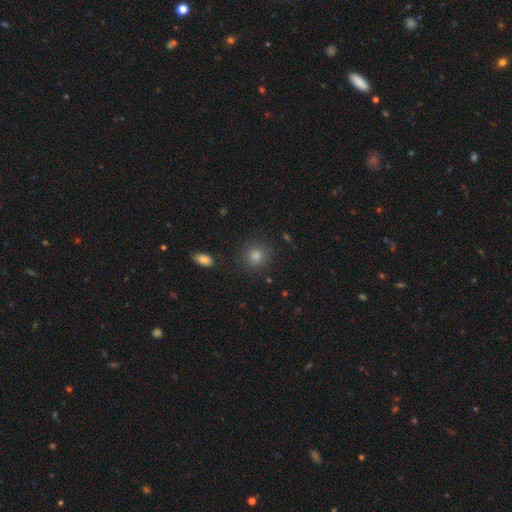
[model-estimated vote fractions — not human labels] Q: Smooth or featured?
A: smooth (78%); runner-up: star or artifact (15%)
Q: How rounded?
A: round (89%); runner-up: in between (10%)
Q: Merging?
A: none (87%); runner-up: minor disturbance (8%)